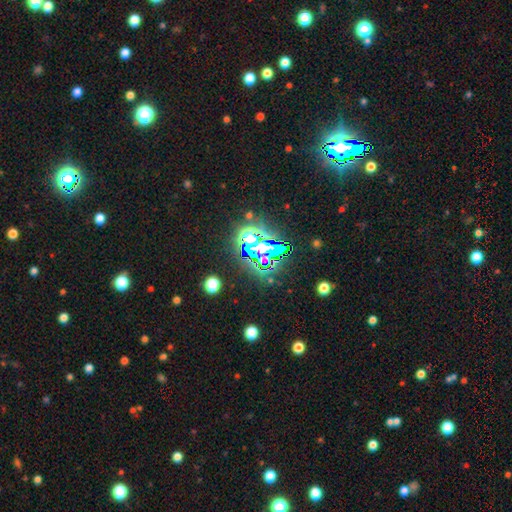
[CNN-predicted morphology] A star or artifact, not a galaxy (73%).